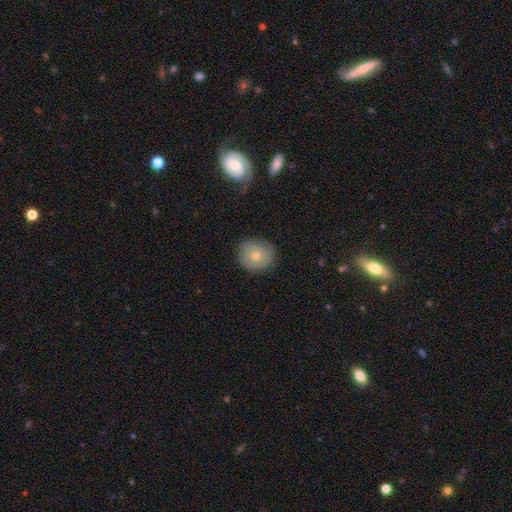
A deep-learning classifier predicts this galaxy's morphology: smooth-or-featured: smooth: 56% | featured or disk: 34% | star or artifact: 10%
  how-rounded: round: 78% | in between: 21% | cigar-shaped: 1%
  merging: none: 81% | minor disturbance: 14% | major disturbance: 4% | merger: 1%